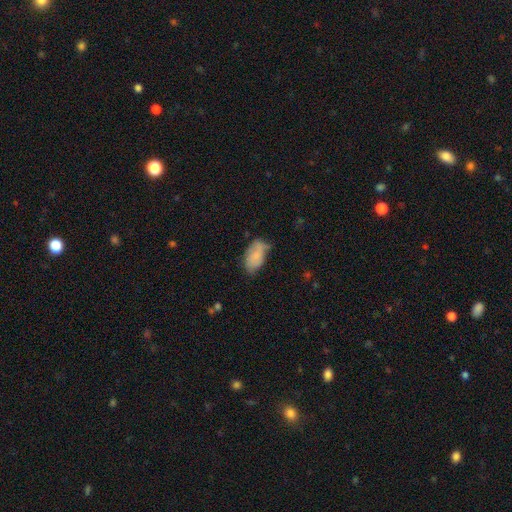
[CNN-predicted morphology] Overall: smooth (76%). How rounded: in between (94%). Merging: none (49%; minor disturbance 35%).